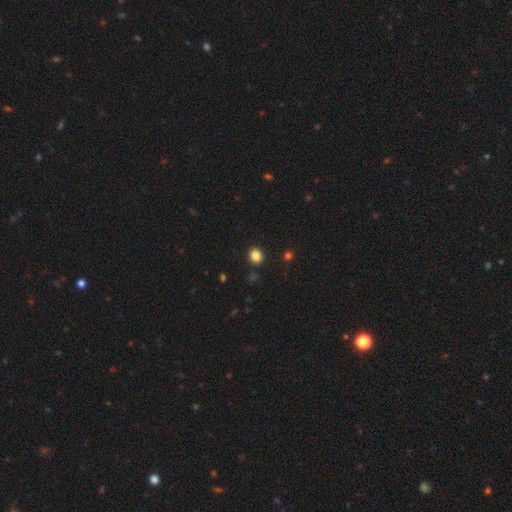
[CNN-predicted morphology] type=smooth (85%); roundness=round (65%); merging=none (89%).